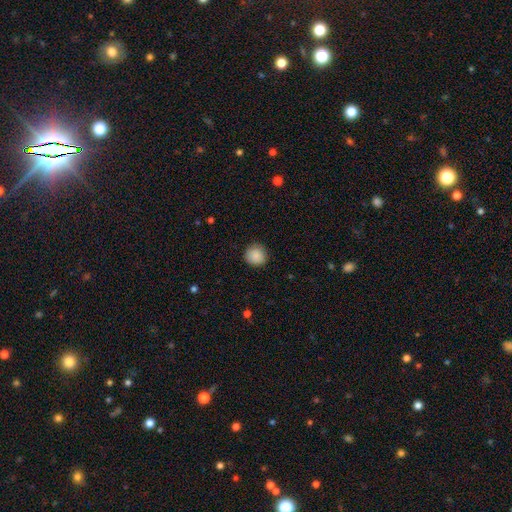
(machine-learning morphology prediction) Overall: smooth (89%). How rounded: round (93%). Merging: none (90%).